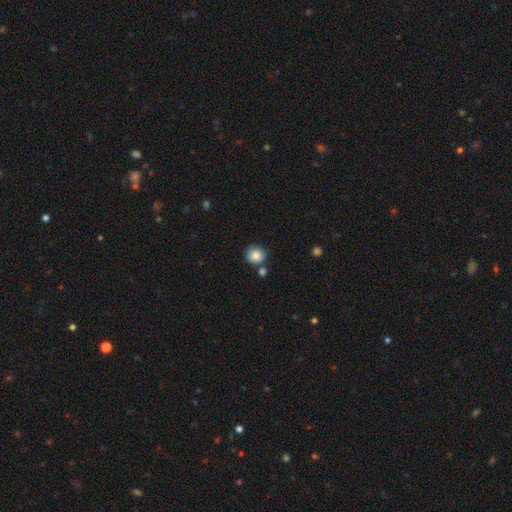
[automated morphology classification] A smooth galaxy with no disk features (84%) that is round (88%).

Vote fractions:
- Smooth or featured? smooth: 84% / star or artifact: 9% / featured or disk: 7%
- How rounded? round: 88% / in between: 11% / cigar-shaped: 1%
- Merging? none: 74% / minor disturbance: 12% / merger: 10% / major disturbance: 3%